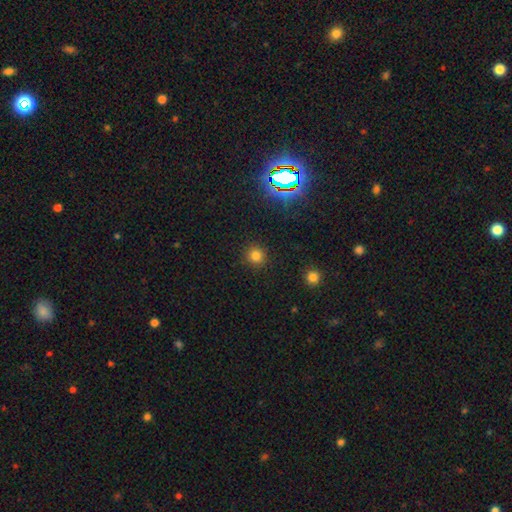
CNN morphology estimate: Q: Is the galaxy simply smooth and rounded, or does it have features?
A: smooth — 77%.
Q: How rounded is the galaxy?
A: round — 92%.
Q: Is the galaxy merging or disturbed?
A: none — 89%.